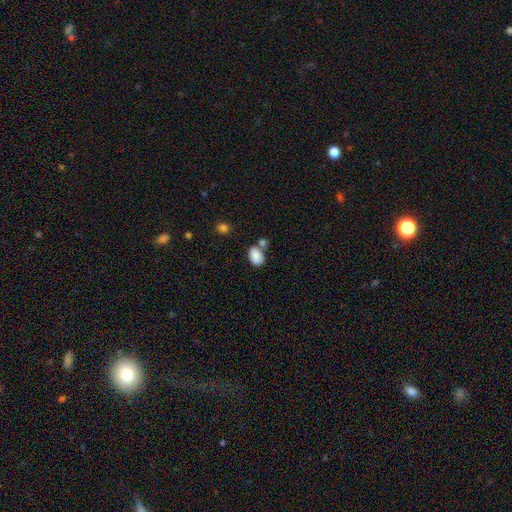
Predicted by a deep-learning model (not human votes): The model was most divided on "merging": none: 54%, merger: 26%, minor disturbance: 15%, major disturbance: 5%. More confident: smooth or featured — smooth (87%); how rounded — in between (85%).